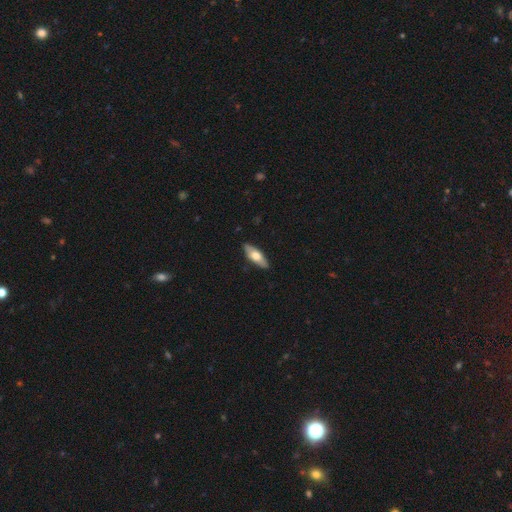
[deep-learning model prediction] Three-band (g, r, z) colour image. It shows a smooth galaxy with no disk features (57%) that is in between round and cigar-shaped (66%). Merging: none (87%).